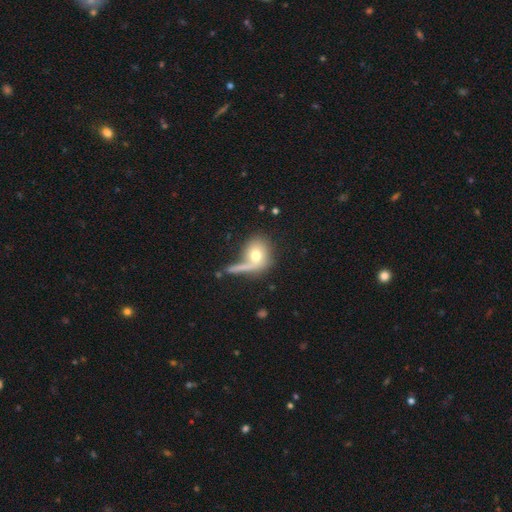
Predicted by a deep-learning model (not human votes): Smooth or featured? smooth (64%)
How rounded? round (68%)
Merging? none (39%)